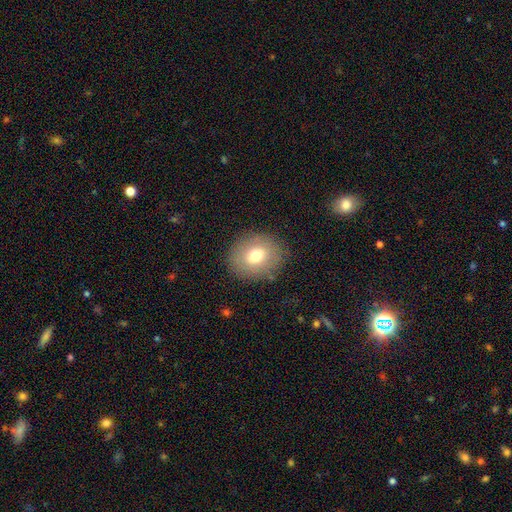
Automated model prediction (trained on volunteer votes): Smooth or featured? smooth (72%)
How rounded? round (65%)
Merging? none (84%)